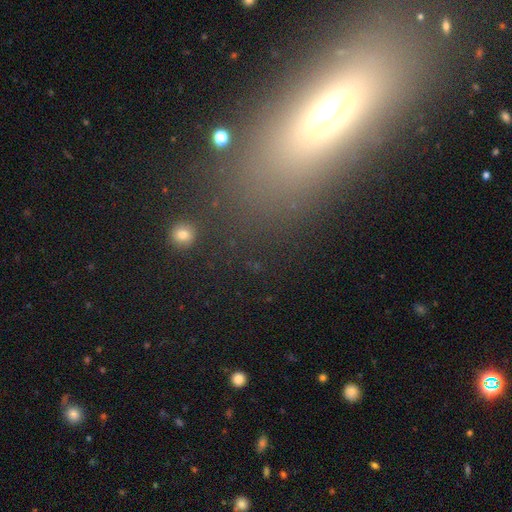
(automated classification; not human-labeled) This is possibly a smooth galaxy (51%). How rounded: possibly in between (58%). Merging: clearly none (80%).